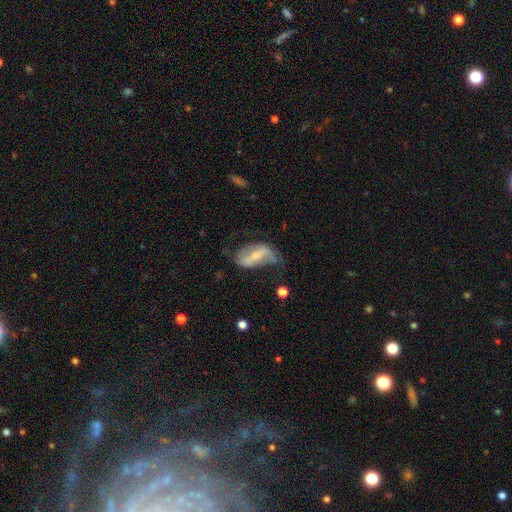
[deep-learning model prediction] The model was most divided on "bulge size": small: 53%, moderate: 37%, none: 7%, large: 2%, dominant: 1%. Remaining: edge-on disk — no (93%); spiral arms — yes (80%); spiral arm count — 2 (77%); smooth or featured — featured or disk (71%); spiral winding — loose (65%); bar — strong (51%); merging — none (47%).